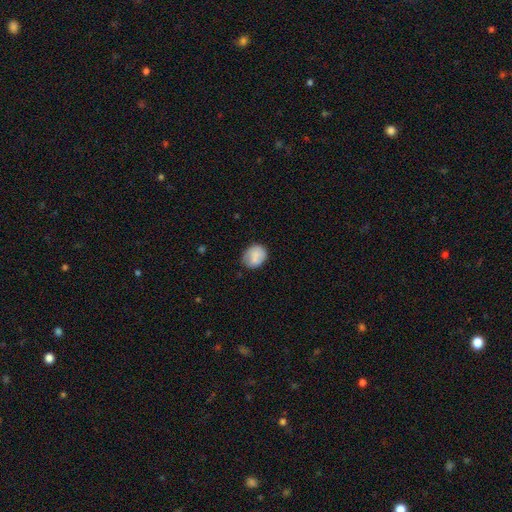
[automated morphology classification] Overall: smooth (79%). How rounded: round (54%; in between 45%). Merging: none (68%).